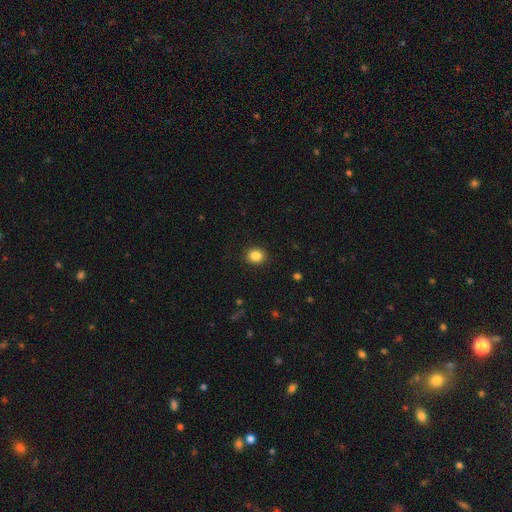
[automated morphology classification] Smooth or featured: smooth — 85% (star or artifact — 10%)
How rounded: round — 74% (in between — 25%)
Merging: none — 91% (minor disturbance — 6%)